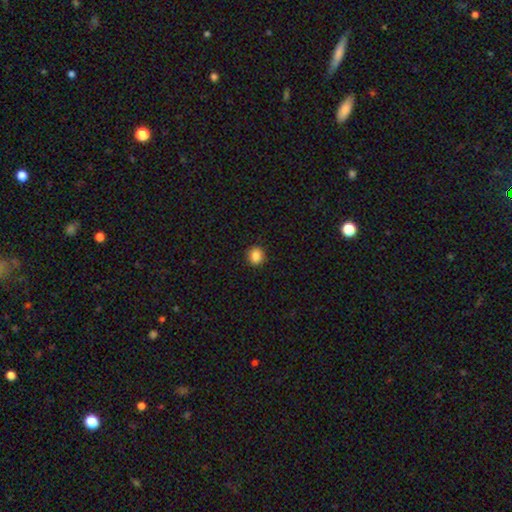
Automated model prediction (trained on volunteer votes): Overall: smooth (86%). How rounded: round (88%). Merging: none (92%).